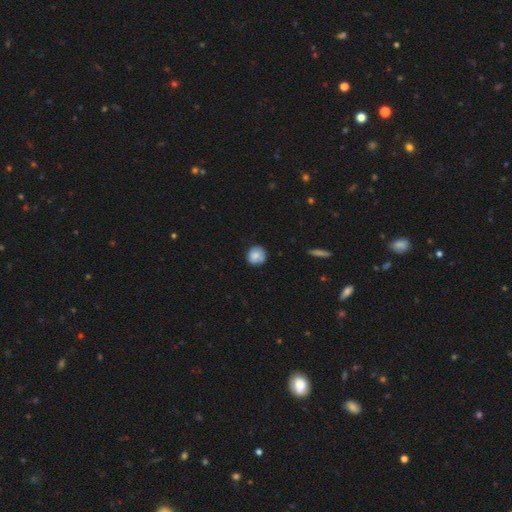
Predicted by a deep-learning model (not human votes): smooth_or_featured: smooth (p=0.79) [alt: featured or disk p=0.13]
how_rounded: round (p=0.86) [alt: in between p=0.13]
merging: none (p=0.74) [alt: minor disturbance p=0.20]